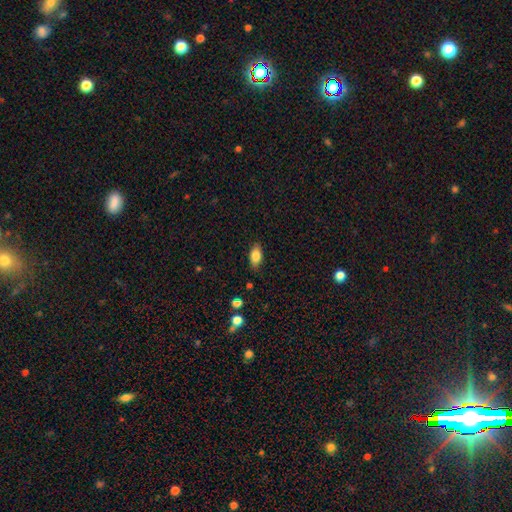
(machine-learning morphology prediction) This is clearly a smooth galaxy (82%). How rounded: clearly in between (88%). Merging: clearly none (84%).